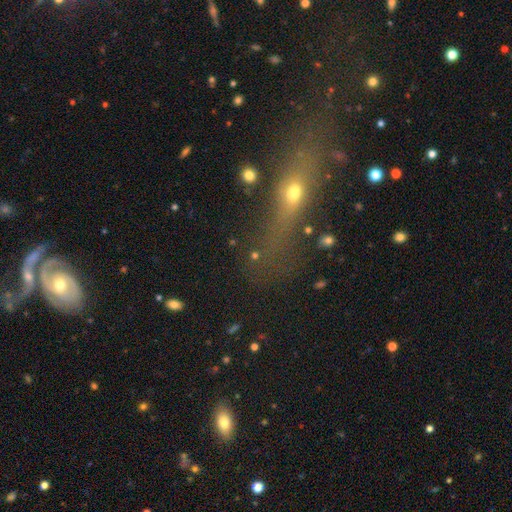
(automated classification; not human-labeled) A smooth galaxy with no disk features (49%). Merging: none (49%).